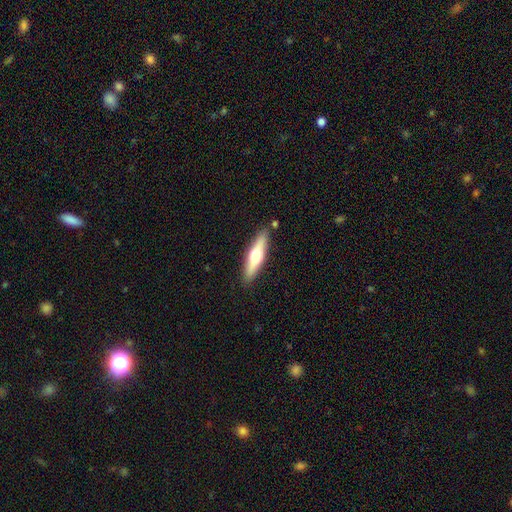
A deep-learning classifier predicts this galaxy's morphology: A featured or disk galaxy (49%).

Vote fractions:
- Smooth or featured? featured or disk: 49% / smooth: 46% / star or artifact: 5%
- Merging? none: 87% / minor disturbance: 9% / merger: 2% / major disturbance: 2%